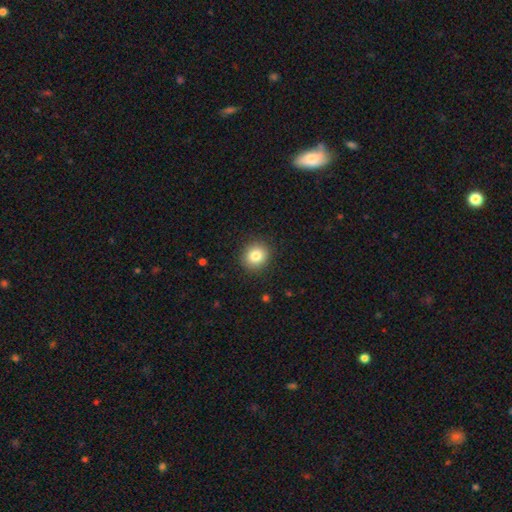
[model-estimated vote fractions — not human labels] Smooth or featured: smooth — 83% (star or artifact — 10%)
How rounded: round — 84% (in between — 15%)
Merging: none — 90% (minor disturbance — 7%)